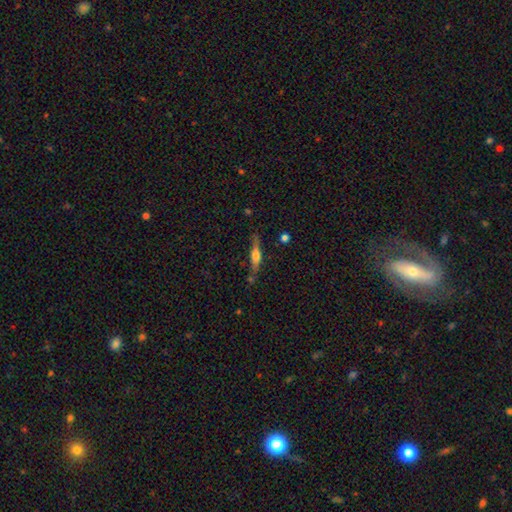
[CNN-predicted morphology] featured or disk 61%, smooth 31%, star or artifact 7%. Down the decision tree: edge-on disk — yes (96%); edge-on bulge — rounded (83%); merging — none (78%).